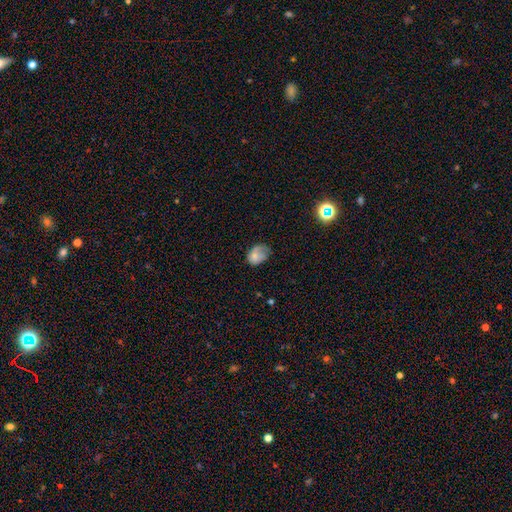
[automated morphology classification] smooth 65%, featured or disk 26%, star or artifact 10%. Down the decision tree: how rounded — in between (69%); merging — minor disturbance (34%).